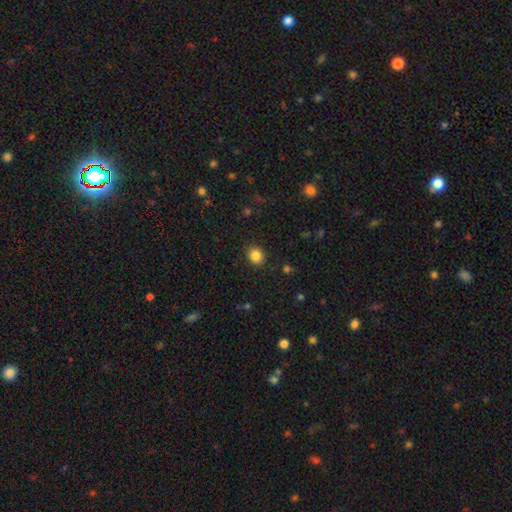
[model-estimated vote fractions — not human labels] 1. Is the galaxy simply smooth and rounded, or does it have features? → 84% smooth, 11% star or artifact, 5% featured or disk.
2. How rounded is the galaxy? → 62% round, 37% in between, 1% cigar-shaped.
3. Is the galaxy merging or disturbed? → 89% none, 8% minor disturbance, 2% major disturbance, 1% merger.